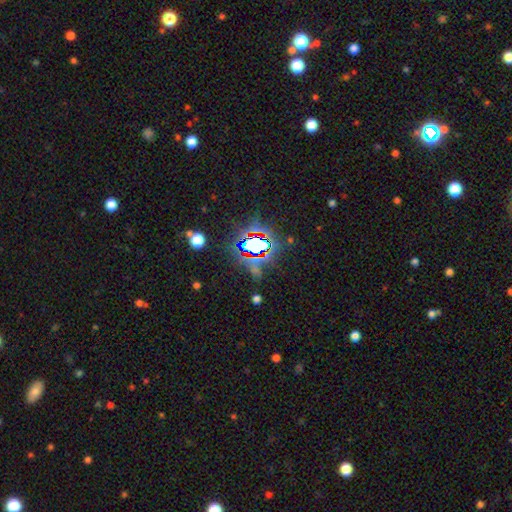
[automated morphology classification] smooth_or_featured: star or artifact (p=0.77) [alt: smooth p=0.14]